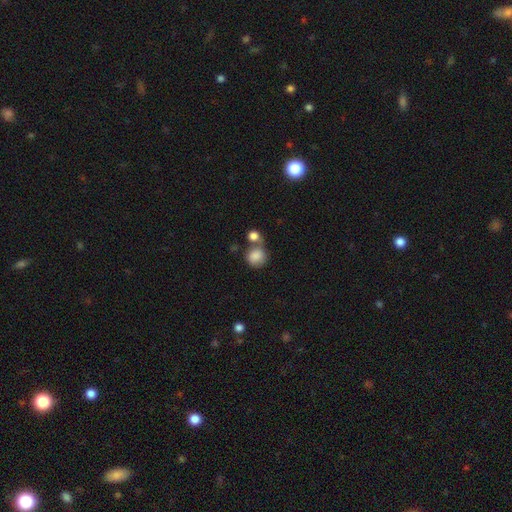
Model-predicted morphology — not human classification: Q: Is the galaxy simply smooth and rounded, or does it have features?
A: smooth — 84%.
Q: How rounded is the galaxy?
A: round — 84%.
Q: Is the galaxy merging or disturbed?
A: none — 43%.